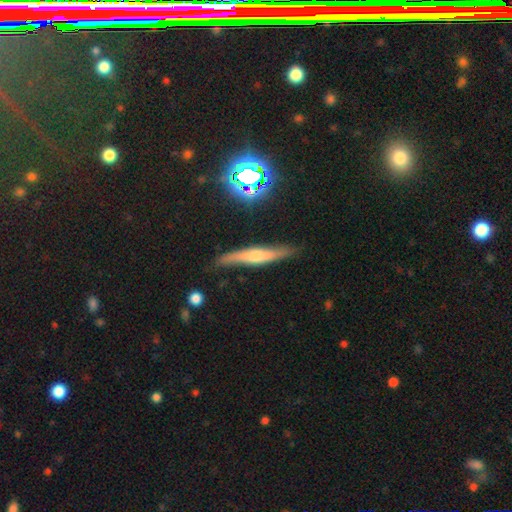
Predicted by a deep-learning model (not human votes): This appears to be a featured or disk galaxy (57%) viewed edge-on (90%) with a rounded central bulge (79%). Merging: none (81%).